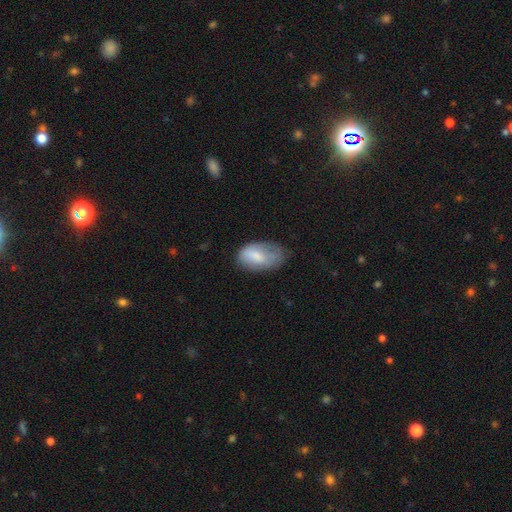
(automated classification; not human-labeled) Overall: smooth (73%). How rounded: in between (92%). Merging: none (44%; minor disturbance 36%).